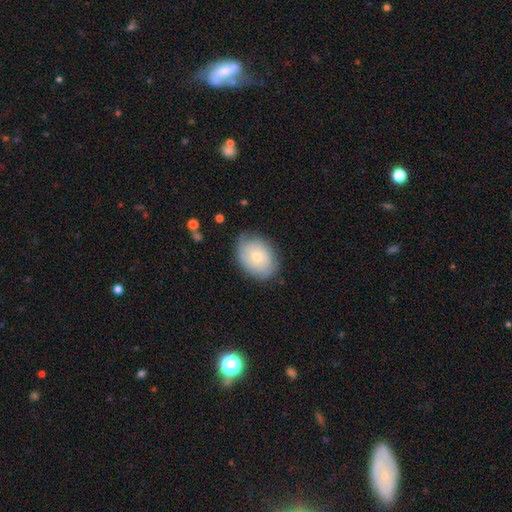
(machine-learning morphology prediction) Q: Smooth or featured?
A: smooth (48%); runner-up: featured or disk (45%)
Q: Merging?
A: none (73%); runner-up: minor disturbance (20%)